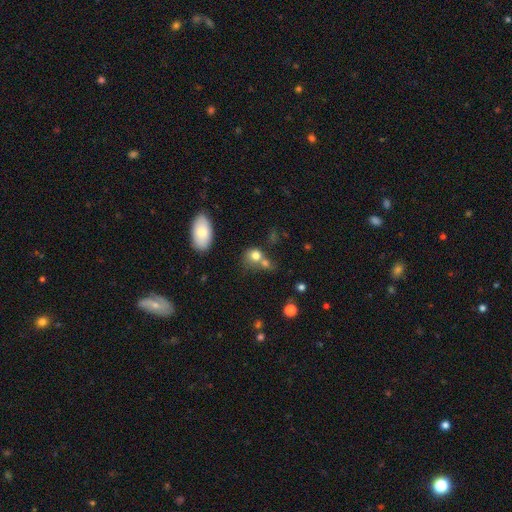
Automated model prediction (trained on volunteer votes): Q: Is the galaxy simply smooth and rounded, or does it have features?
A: smooth — 77%.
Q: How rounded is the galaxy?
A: round — 65%.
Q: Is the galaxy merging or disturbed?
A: merger — 42%.